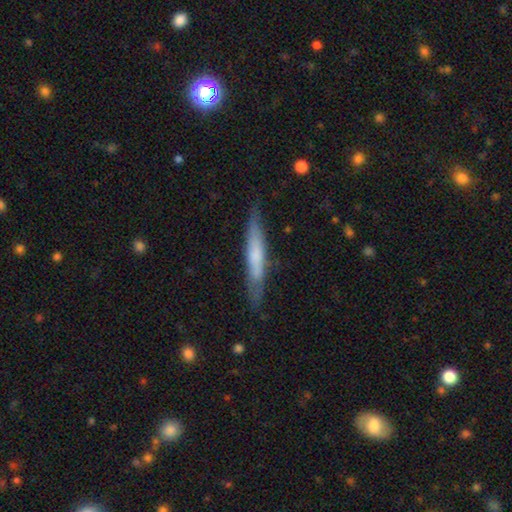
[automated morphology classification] type=smooth (52%); roundness=cigar-shaped (93%); merging=none (79%).